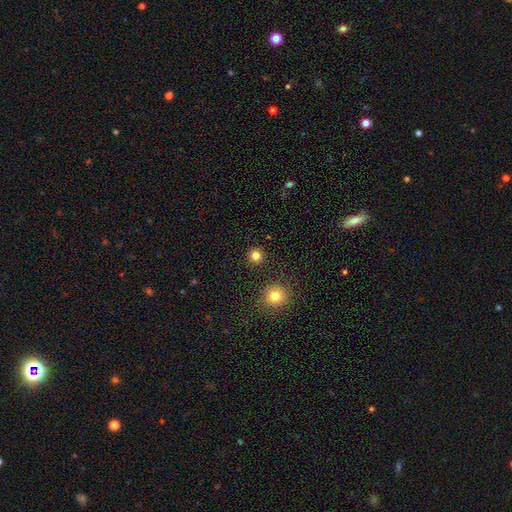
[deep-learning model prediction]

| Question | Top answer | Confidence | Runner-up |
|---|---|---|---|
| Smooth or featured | smooth | 81% | star or artifact (14%) |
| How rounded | round | 95% | in between (4%) |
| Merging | none | 92% | minor disturbance (5%) |